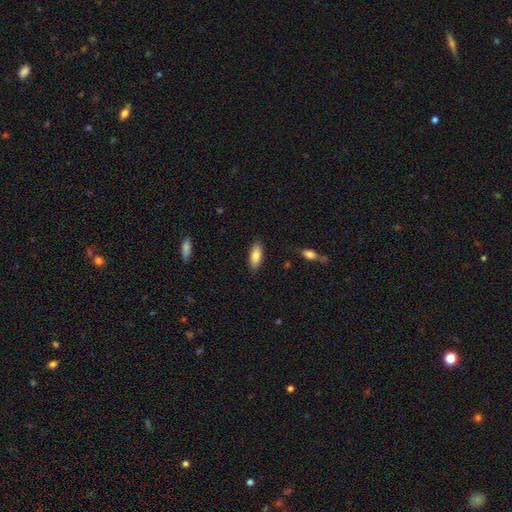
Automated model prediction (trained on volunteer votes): A smooth galaxy with no disk features (82%) that is in between round and cigar-shaped (76%). Merging: none (87%).